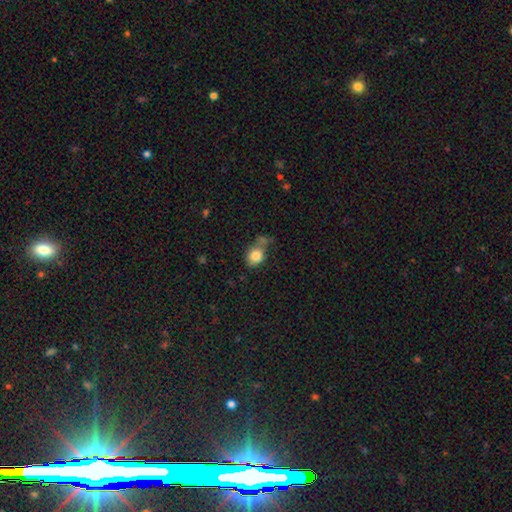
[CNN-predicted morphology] The model was most divided on "how rounded": round: 53%, in between: 46%, cigar-shaped: 1%. Remaining: smooth or featured — smooth (82%); merging — none (49%).